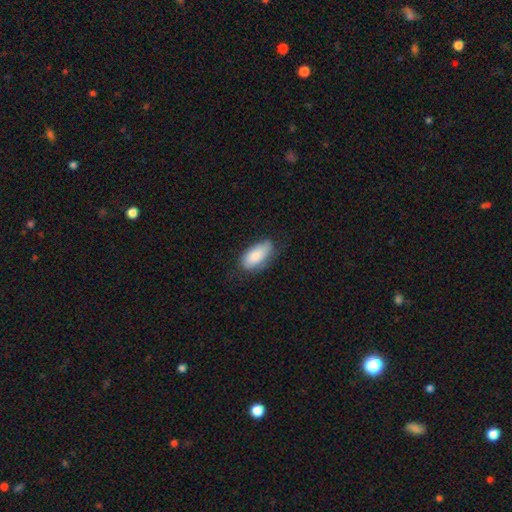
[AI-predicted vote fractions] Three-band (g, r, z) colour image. It shows a smooth galaxy with no disk features (82%) that is in between round and cigar-shaped (92%). Merging: none (64%).